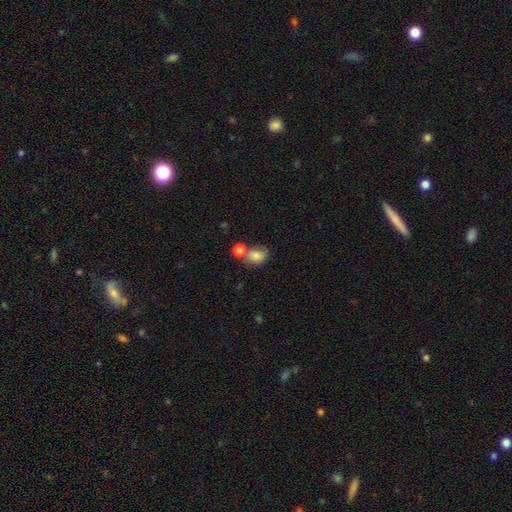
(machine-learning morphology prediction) Smooth or featured? smooth (79%)
How rounded? in between (55%)
Merging? none (40%)